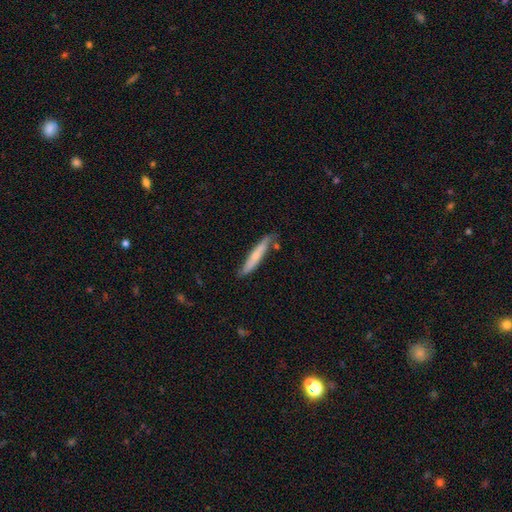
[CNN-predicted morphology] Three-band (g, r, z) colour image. It shows a smooth galaxy with no disk features (57%) that is cigar-shaped (92%). Merging: none (77%).